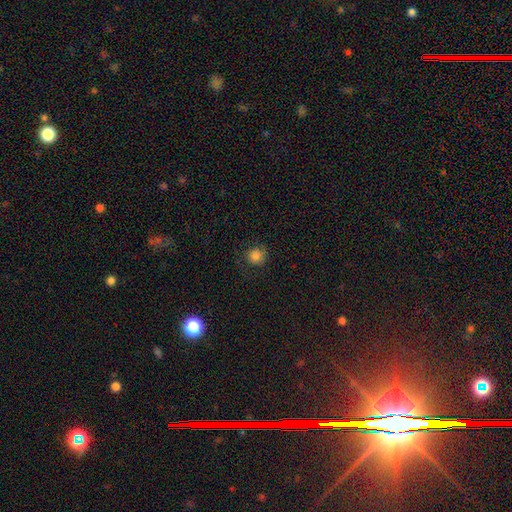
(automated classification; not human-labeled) The model was most divided on "merging": none: 79%, minor disturbance: 14%, major disturbance: 6%, merger: 1%. More confident: how rounded — round (91%); smooth or featured — smooth (82%).